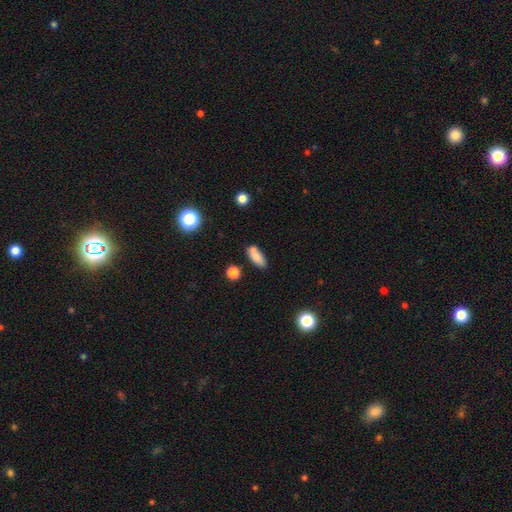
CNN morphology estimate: A smooth galaxy with no disk features (79%) that is in between round and cigar-shaped (74%). Merging: none (61%).